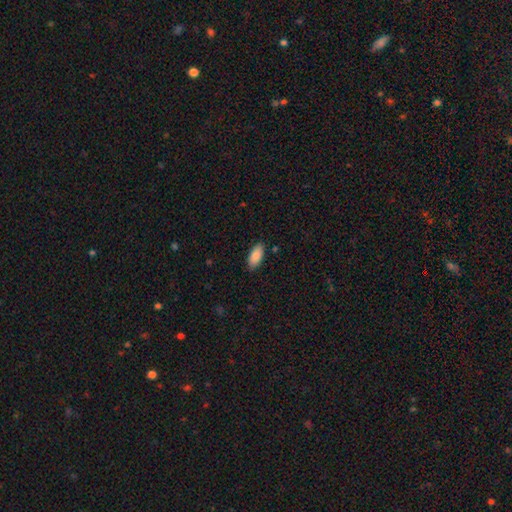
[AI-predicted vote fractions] A smooth galaxy with no disk features (88%) that is in between round and cigar-shaped (90%).

Vote fractions:
- Smooth or featured? smooth: 88% / star or artifact: 6% / featured or disk: 6%
- How rounded? in between: 90% / cigar-shaped: 9% / round: 2%
- Merging? none: 86% / minor disturbance: 10% / major disturbance: 2% / merger: 1%